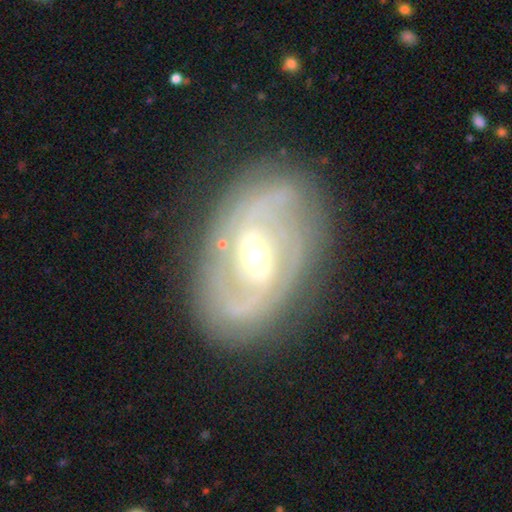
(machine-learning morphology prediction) Q: Smooth or featured?
A: featured or disk (86%); runner-up: smooth (8%)
Q: Edge-on disk?
A: no (96%); runner-up: yes (4%)
Q: Bar?
A: weak (51%); runner-up: strong (29%)
Q: Spiral arms?
A: yes (93%); runner-up: no (7%)
Q: Spiral winding?
A: medium (43%); runner-up: tight (39%)
Q: Spiral arm count?
A: 2 (69%); runner-up: can't tell (14%)
Q: Bulge size?
A: moderate (53%); runner-up: small (42%)
Q: Merging?
A: none (79%); runner-up: minor disturbance (14%)